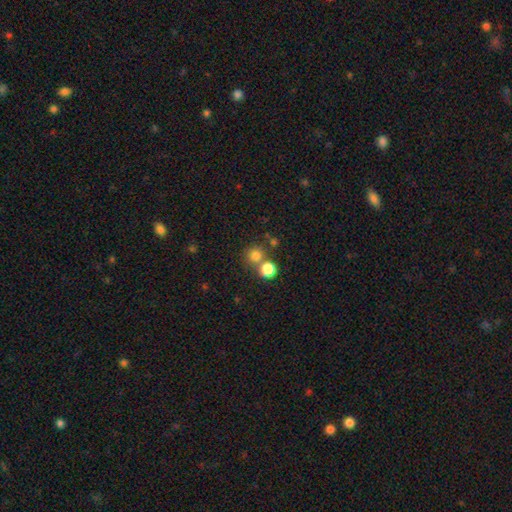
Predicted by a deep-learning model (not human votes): A smooth galaxy with no disk features (78%) that is round (90%).

Vote fractions:
- Smooth or featured? smooth: 78% / star or artifact: 15% / featured or disk: 7%
- How rounded? round: 90% / in between: 9% / cigar-shaped: 1%
- Merging? none: 62% / merger: 28% / minor disturbance: 7% / major disturbance: 3%